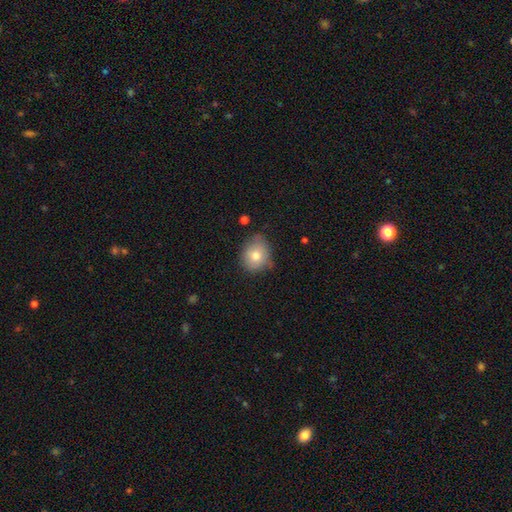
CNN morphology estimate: This appears to be a smooth galaxy with no disk features (76%) that is round (71%). Merging: none (66%).